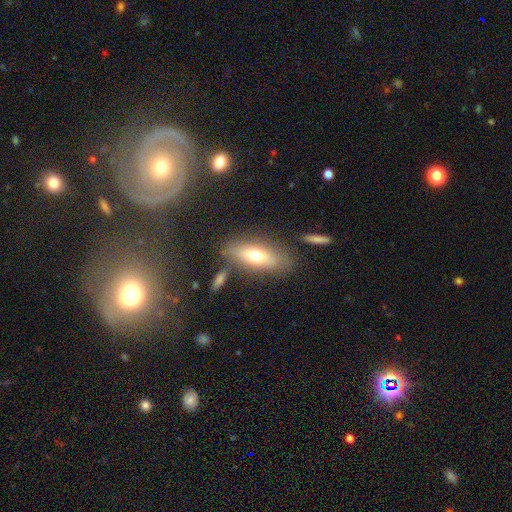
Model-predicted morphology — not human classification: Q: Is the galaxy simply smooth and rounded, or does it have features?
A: smooth — 64%.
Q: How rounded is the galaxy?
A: in between — 66%.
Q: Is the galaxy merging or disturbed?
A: none — 73%.